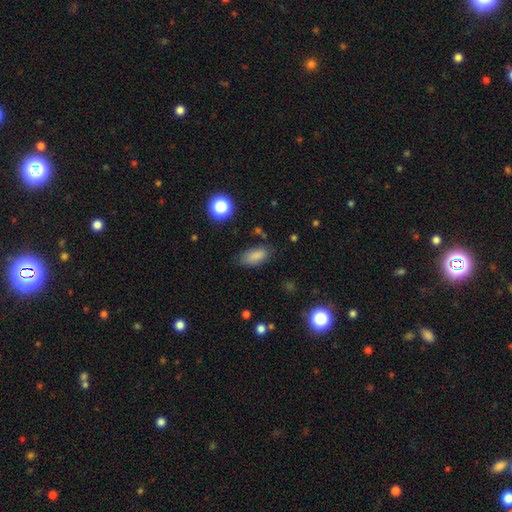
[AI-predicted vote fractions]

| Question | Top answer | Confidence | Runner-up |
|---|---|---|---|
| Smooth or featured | smooth | 85% | star or artifact (9%) |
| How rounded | in between | 89% | cigar-shaped (8%) |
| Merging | none | 78% | minor disturbance (16%) |